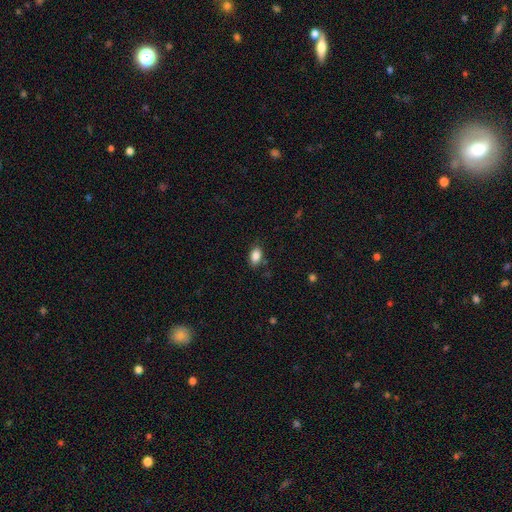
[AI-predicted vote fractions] smooth-or-featured: smooth: 87% | star or artifact: 9% | featured or disk: 5%
  how-rounded: in between: 89% | round: 9% | cigar-shaped: 2%
  merging: none: 81% | minor disturbance: 14% | major disturbance: 3% | merger: 2%